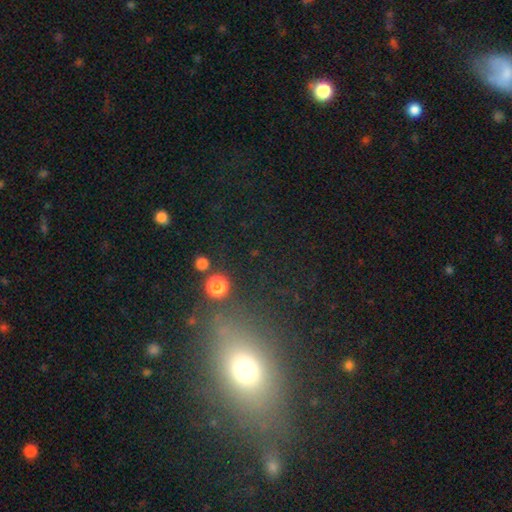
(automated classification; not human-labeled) smooth 48%, star or artifact 34%, featured or disk 18%. Down the decision tree: merging — none (75%).